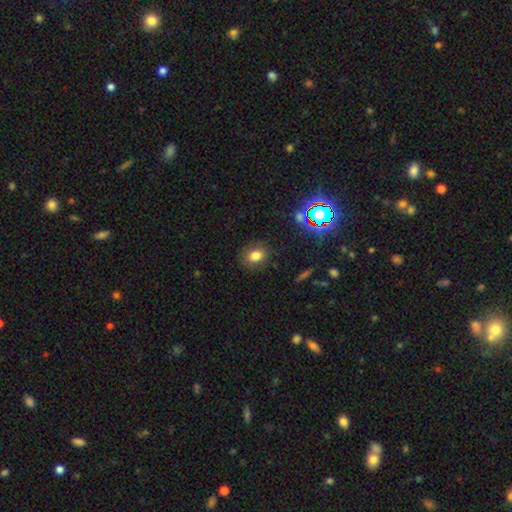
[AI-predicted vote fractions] This appears to be a smooth galaxy with no disk features (78%) that is in between round and cigar-shaped (55%). Merging: none (84%).